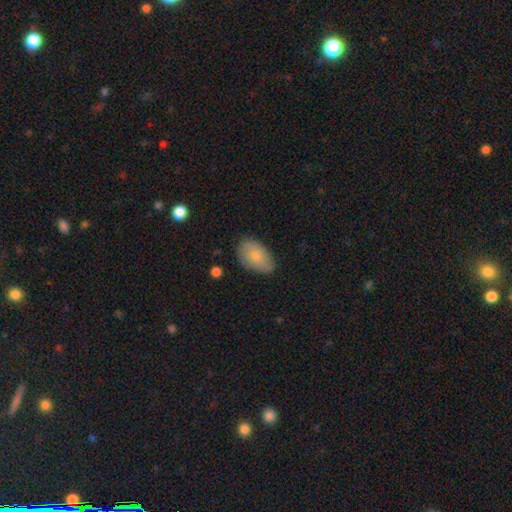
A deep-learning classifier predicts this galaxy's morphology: Smooth or featured? Predicted: smooth (p=0.78). How rounded? Predicted: in between (p=0.90). Merging? Predicted: none (p=0.74).